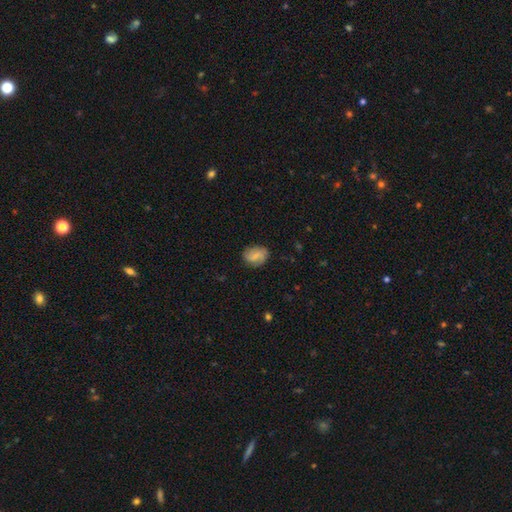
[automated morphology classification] The model was most divided on "how rounded": in between: 57%, round: 42%, cigar-shaped: 1%. More confident: merging — none (76%); smooth or featured — smooth (56%).